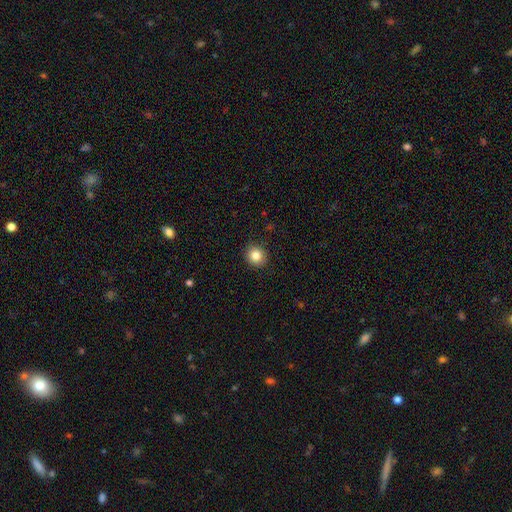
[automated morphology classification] Q: Smooth or featured?
A: smooth (84%); runner-up: star or artifact (10%)
Q: How rounded?
A: round (85%); runner-up: in between (14%)
Q: Merging?
A: none (91%); runner-up: minor disturbance (6%)